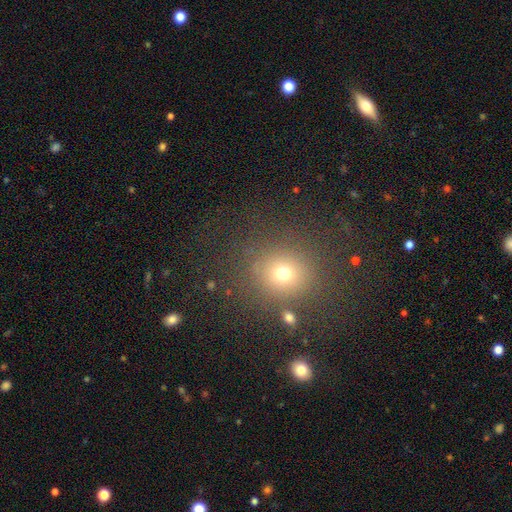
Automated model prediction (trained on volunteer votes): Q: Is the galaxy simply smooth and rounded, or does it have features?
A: smooth — 57%.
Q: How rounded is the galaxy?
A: round — 84%.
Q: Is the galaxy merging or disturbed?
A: none — 87%.